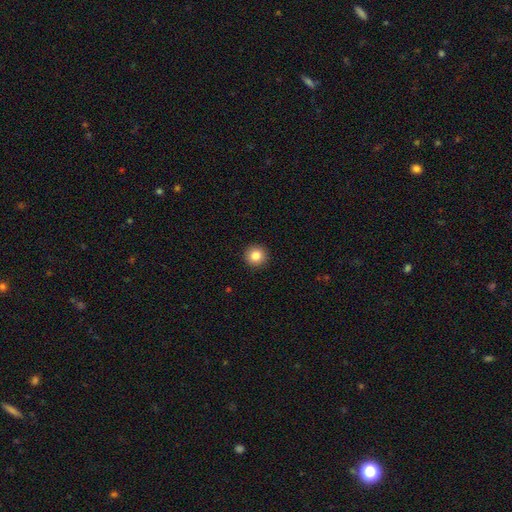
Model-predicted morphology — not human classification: Smooth or featured: smooth — 84% (star or artifact — 10%)
How rounded: round — 95% (in between — 4%)
Merging: none — 93% (minor disturbance — 4%)